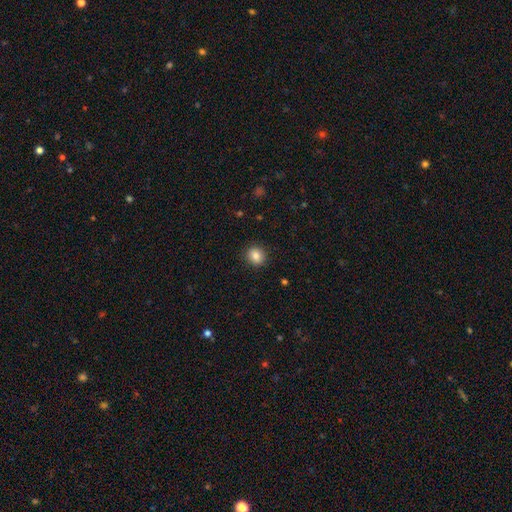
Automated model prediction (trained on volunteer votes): smooth_or_featured: smooth (p=0.85) [alt: star or artifact p=0.10]
how_rounded: round (p=0.79) [alt: in between p=0.20]
merging: none (p=0.91) [alt: minor disturbance p=0.06]